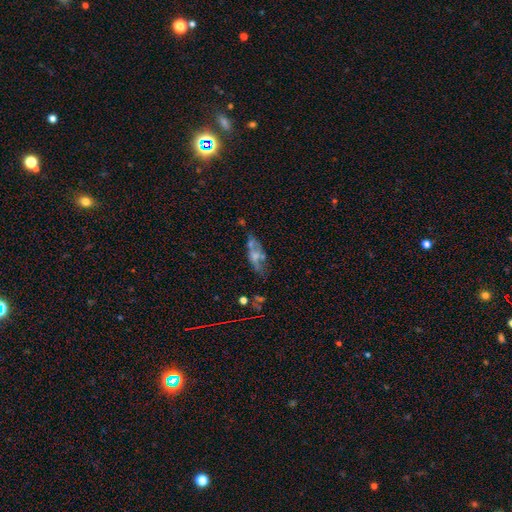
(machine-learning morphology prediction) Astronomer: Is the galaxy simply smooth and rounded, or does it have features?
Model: smooth — 44%, tied with featured or disk at 44%.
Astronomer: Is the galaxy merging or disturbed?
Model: none — 44% (runner-up: minor disturbance, 24%).